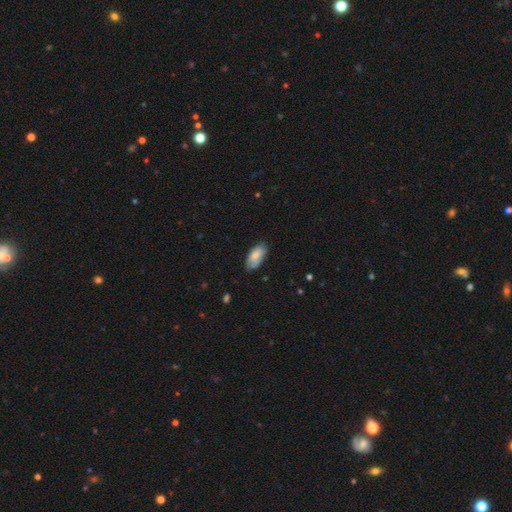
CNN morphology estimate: Smooth or featured?
  - smooth: 76% *
  - featured or disk: 17%
  - star or artifact: 6%
How rounded?
  - in between: 92% *
  - cigar-shaped: 6%
  - round: 2%
Merging?
  - none: 72% *
  - minor disturbance: 22%
  - major disturbance: 4%
  - merger: 1%